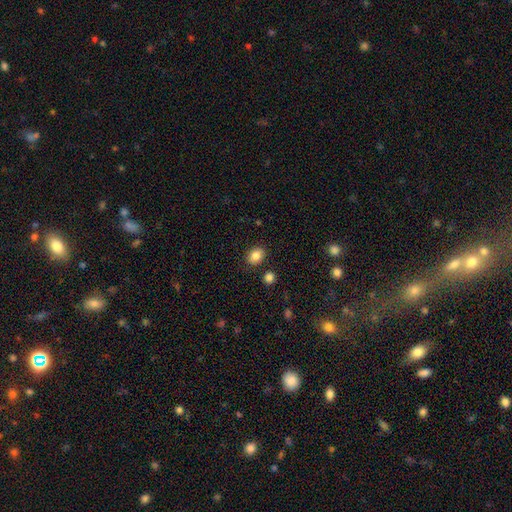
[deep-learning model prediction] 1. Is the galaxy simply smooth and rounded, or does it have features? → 85% smooth, 9% star or artifact, 5% featured or disk.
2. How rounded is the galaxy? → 59% in between, 40% round, 1% cigar-shaped.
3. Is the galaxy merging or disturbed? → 85% none, 9% minor disturbance, 3% merger, 2% major disturbance.